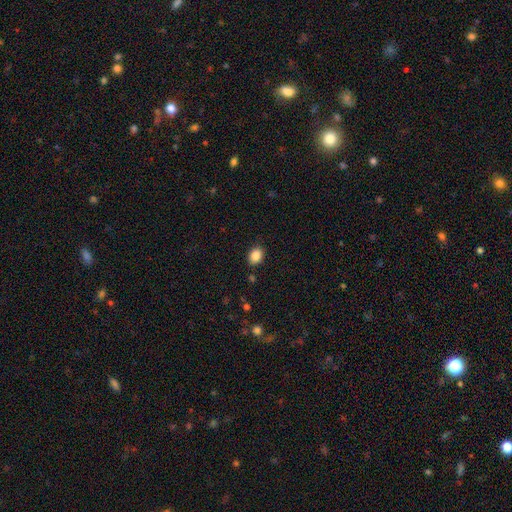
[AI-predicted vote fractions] A smooth galaxy with no disk features (87%) that is in between round and cigar-shaped (68%). Merging: none (87%).